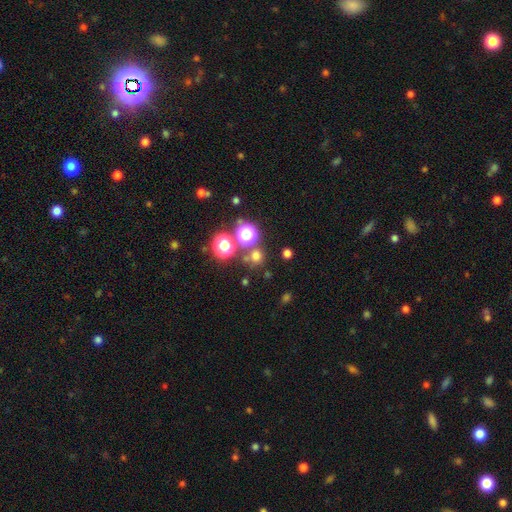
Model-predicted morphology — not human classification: This is likely a smooth galaxy (62%). How rounded: clearly round (91%). Merging: likely none (76%).